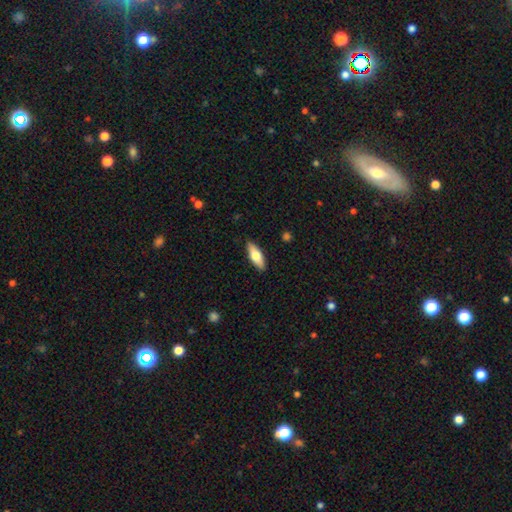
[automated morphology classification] smooth_or_featured: smooth (p=0.65) [alt: featured or disk p=0.30]
how_rounded: in between (p=0.66) [alt: cigar-shaped p=0.31]
merging: none (p=0.89) [alt: minor disturbance p=0.08]